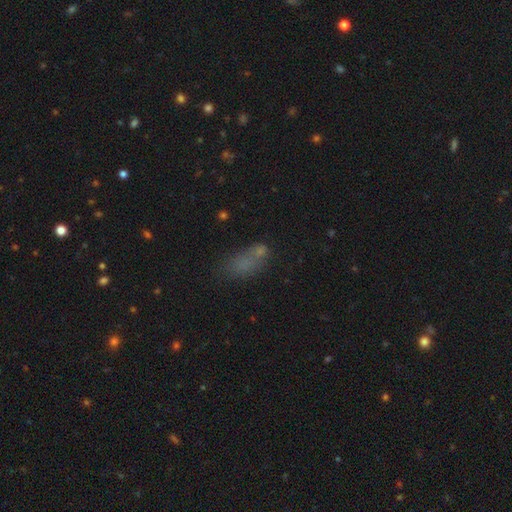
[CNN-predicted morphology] smooth-or-featured: smooth: 66% | star or artifact: 18% | featured or disk: 16%
  how-rounded: in between: 76% | cigar-shaped: 16% | round: 8%
  merging: none: 40% | merger: 24% | minor disturbance: 19% | major disturbance: 17%